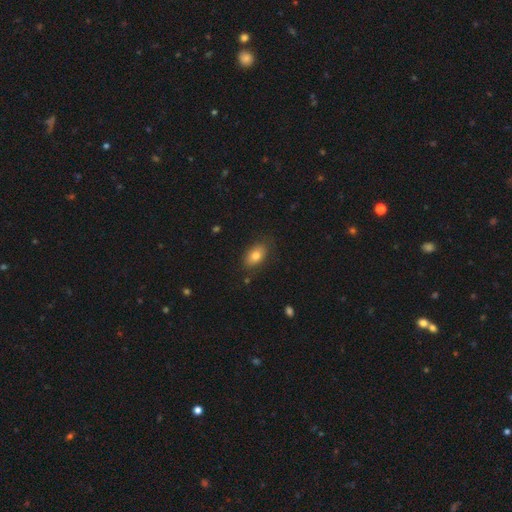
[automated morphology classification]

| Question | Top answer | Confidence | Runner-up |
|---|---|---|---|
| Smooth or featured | smooth | 77% | featured or disk (15%) |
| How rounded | in between | 89% | round (8%) |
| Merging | none | 81% | minor disturbance (14%) |